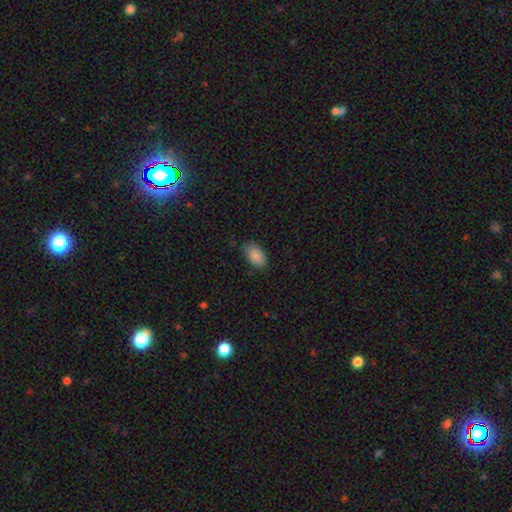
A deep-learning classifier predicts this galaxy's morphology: Smooth or featured? Predicted: smooth (p=0.87). How rounded? Predicted: in between (p=0.94). Merging? Predicted: none (p=0.77).